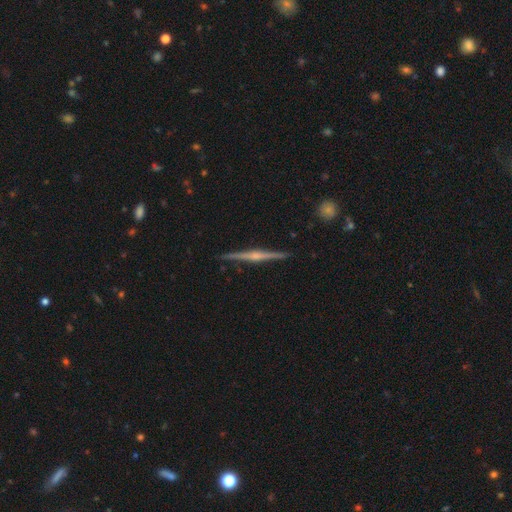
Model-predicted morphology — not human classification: Smooth or featured?
  - featured or disk: 85% *
  - smooth: 10%
  - star or artifact: 5%
Edge-on disk?
  - yes: 99% *
  - no: 1%
Edge-on bulge?
  - rounded: 80% *
  - none: 10%
  - boxy: 10%
Merging?
  - none: 92% *
  - minor disturbance: 5%
  - major disturbance: 1%
  - merger: 1%